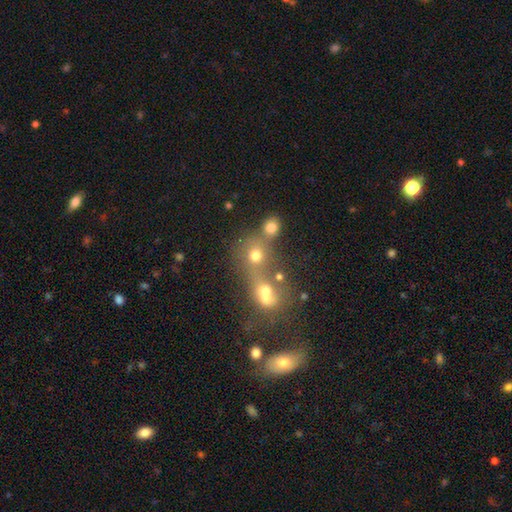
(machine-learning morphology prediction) smooth 63%, star or artifact 21%, featured or disk 16%. Down the decision tree: how rounded — round (77%); merging — merger (50%).